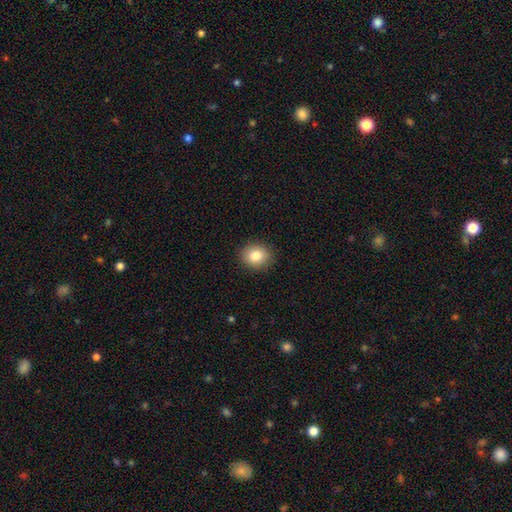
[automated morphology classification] Smooth or featured?
  - smooth: 83% *
  - star or artifact: 9%
  - featured or disk: 7%
How rounded?
  - round: 68% *
  - in between: 31%
  - cigar-shaped: 1%
Merging?
  - none: 90% *
  - minor disturbance: 7%
  - major disturbance: 2%
  - merger: 1%